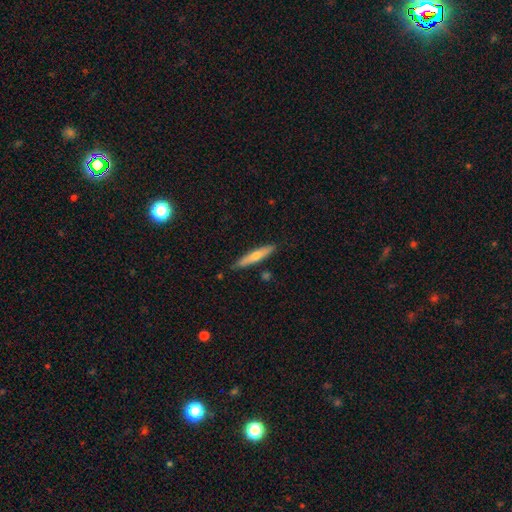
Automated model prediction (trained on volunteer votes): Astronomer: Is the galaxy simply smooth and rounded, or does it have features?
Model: smooth — 47%, tied with featured or disk at 47%.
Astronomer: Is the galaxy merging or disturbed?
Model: none — 88%.